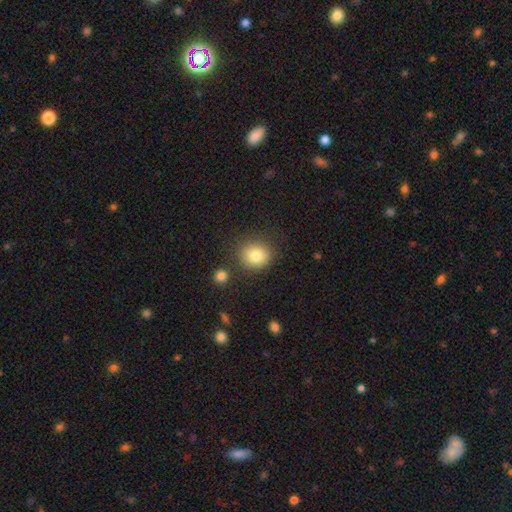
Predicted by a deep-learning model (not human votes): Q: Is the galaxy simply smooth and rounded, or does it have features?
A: smooth — 81%.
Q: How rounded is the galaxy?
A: round — 79%.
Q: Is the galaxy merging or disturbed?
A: none — 81%.